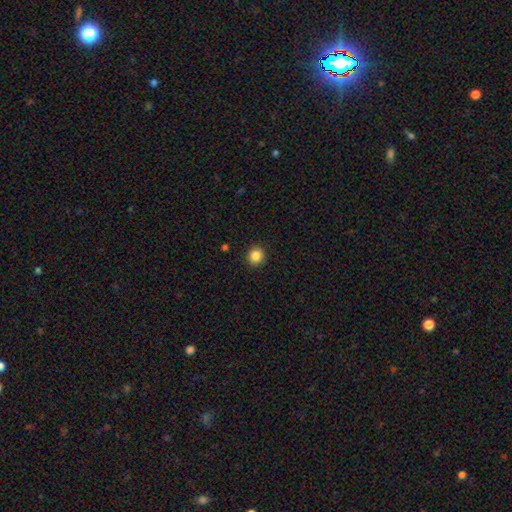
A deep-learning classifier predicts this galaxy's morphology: smooth 86%, star or artifact 10%, featured or disk 4%. Down the decision tree: how rounded — round (90%); merging — none (92%).